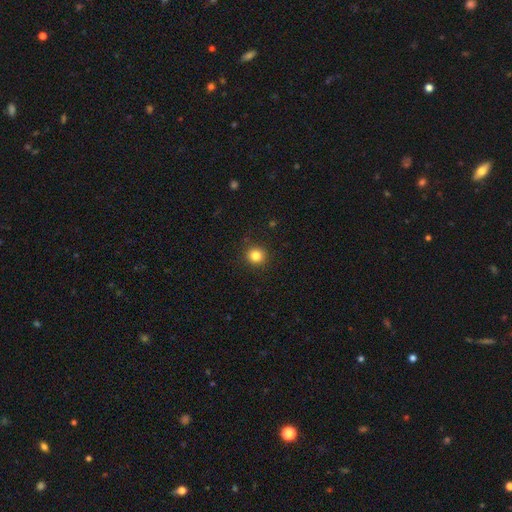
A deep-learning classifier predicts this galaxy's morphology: smooth_or_featured: smooth (p=0.83) [alt: star or artifact p=0.12]
how_rounded: round (p=0.93) [alt: in between p=0.07]
merging: none (p=0.91) [alt: minor disturbance p=0.06]